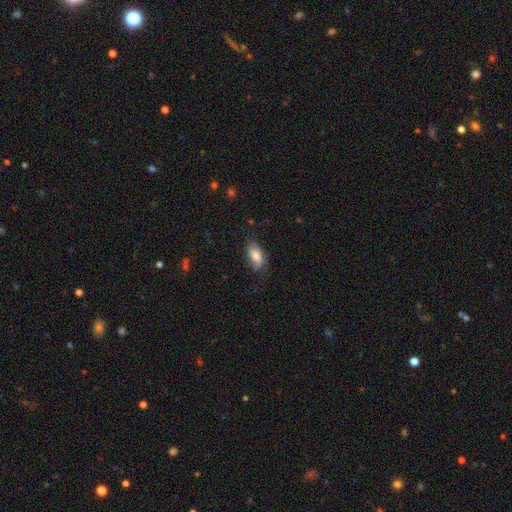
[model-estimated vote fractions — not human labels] Overall: smooth (79%). How rounded: in between (89%). Merging: none (67%).